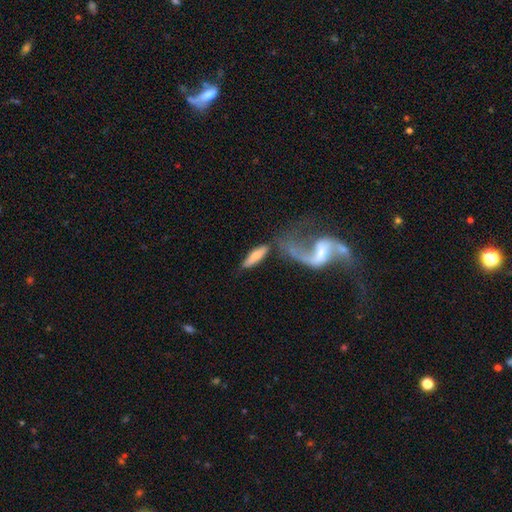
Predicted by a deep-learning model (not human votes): Q: Smooth or featured?
A: smooth (62%); runner-up: featured or disk (32%)
Q: How rounded?
A: cigar-shaped (54%); runner-up: in between (43%)
Q: Merging?
A: none (51%); runner-up: merger (22%)